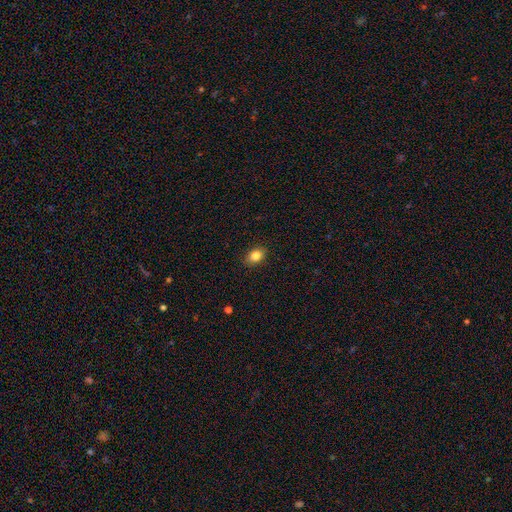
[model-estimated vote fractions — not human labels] The model was most divided on "how rounded": in between: 71%, round: 28%, cigar-shaped: 1%. More confident: merging — none (88%); smooth or featured — smooth (84%).